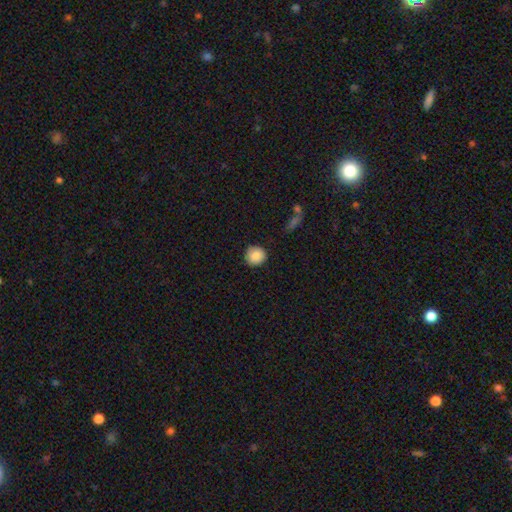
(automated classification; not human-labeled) smooth 86%, star or artifact 8%, featured or disk 6%. Down the decision tree: how rounded — round (92%); merging — none (86%).